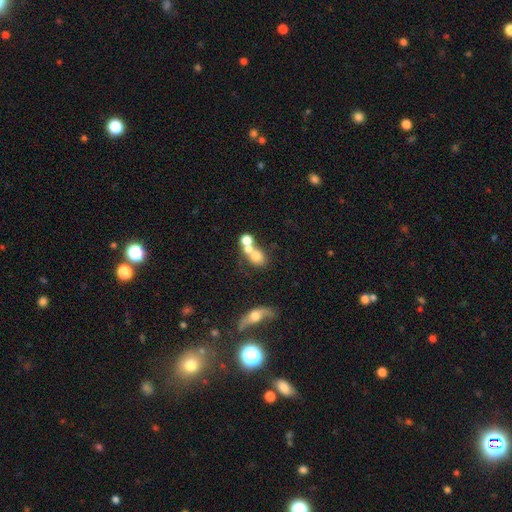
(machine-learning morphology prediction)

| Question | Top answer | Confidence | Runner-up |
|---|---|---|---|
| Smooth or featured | smooth | 64% | featured or disk (23%) |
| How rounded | round | 64% | in between (33%) |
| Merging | merger | 55% | none (30%) |